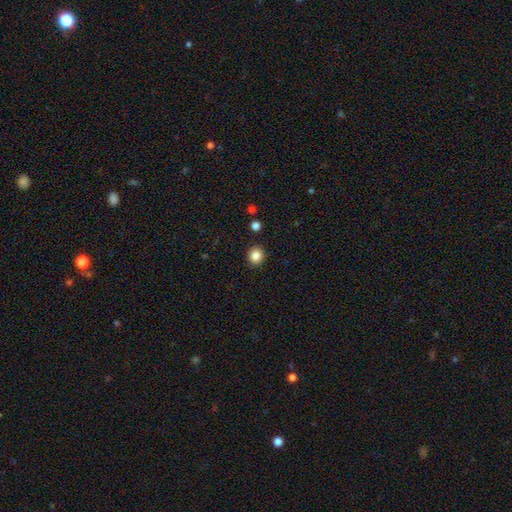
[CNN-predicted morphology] smooth_or_featured: smooth (p=0.85) [alt: star or artifact p=0.10]
how_rounded: round (p=0.88) [alt: in between p=0.11]
merging: none (p=0.91) [alt: minor disturbance p=0.05]